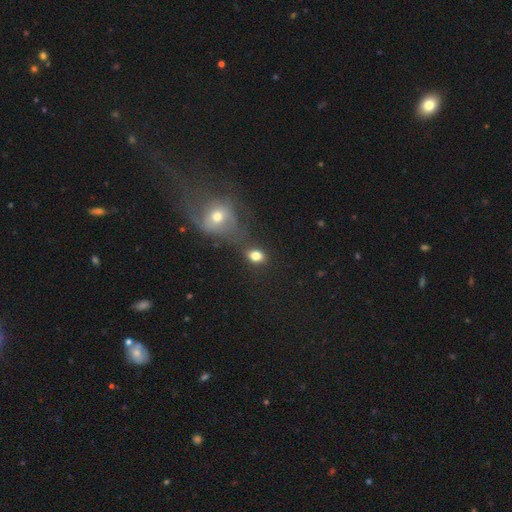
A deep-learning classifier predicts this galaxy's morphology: smooth 80%, star or artifact 11%, featured or disk 10%. Down the decision tree: how rounded — in between (67%); merging — none (61%).